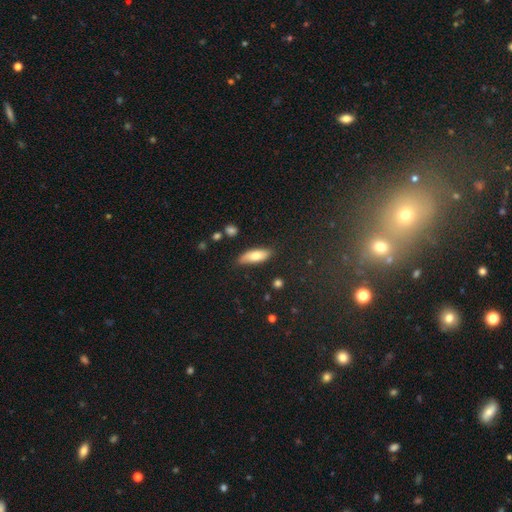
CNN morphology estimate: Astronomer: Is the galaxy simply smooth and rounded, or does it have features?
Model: smooth — 74%.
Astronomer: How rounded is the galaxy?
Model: in between — 67%.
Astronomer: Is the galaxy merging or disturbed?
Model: none — 80%.